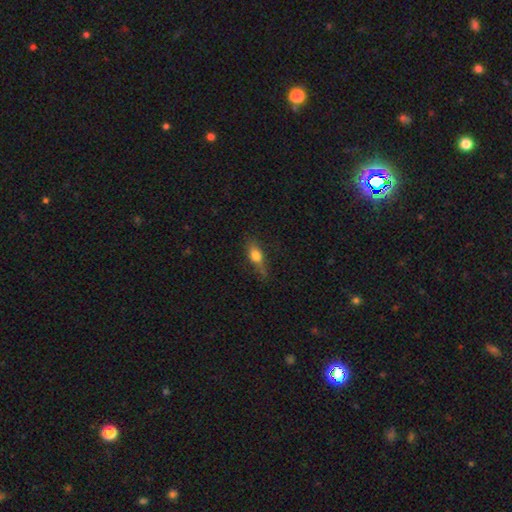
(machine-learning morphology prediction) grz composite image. It shows a smooth galaxy with no disk features (69%) that is in between round and cigar-shaped (63%). Merging: none (62%).